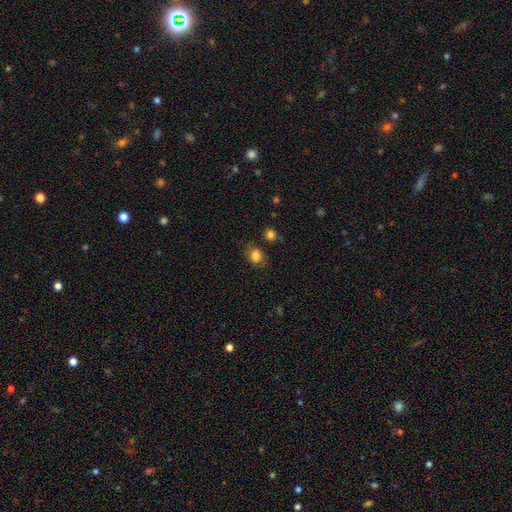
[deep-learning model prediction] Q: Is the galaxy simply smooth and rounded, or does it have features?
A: smooth — 80%.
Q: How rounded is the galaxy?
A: in between — 51%.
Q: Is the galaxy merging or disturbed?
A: none — 72%.